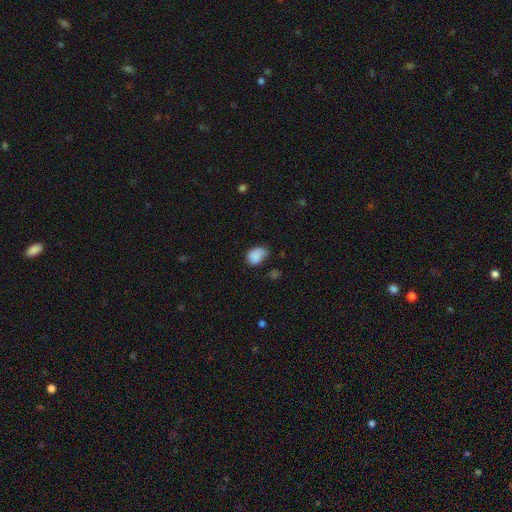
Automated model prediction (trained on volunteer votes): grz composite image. It shows a smooth galaxy with no disk features (85%) that is in between round and cigar-shaped (75%). Merging: none (46%).